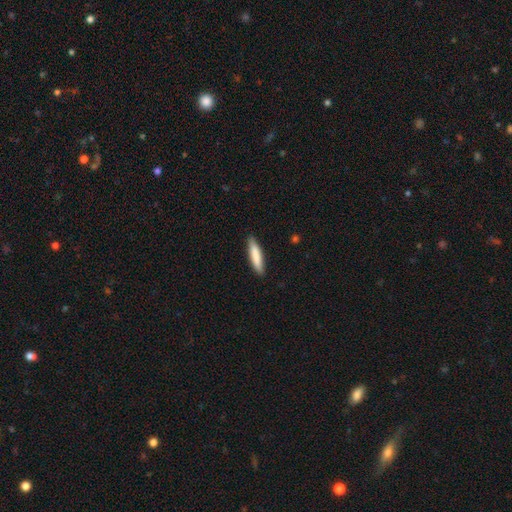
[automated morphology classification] Smooth or featured? smooth (83%)
How rounded? cigar-shaped (83%)
Merging? none (87%)